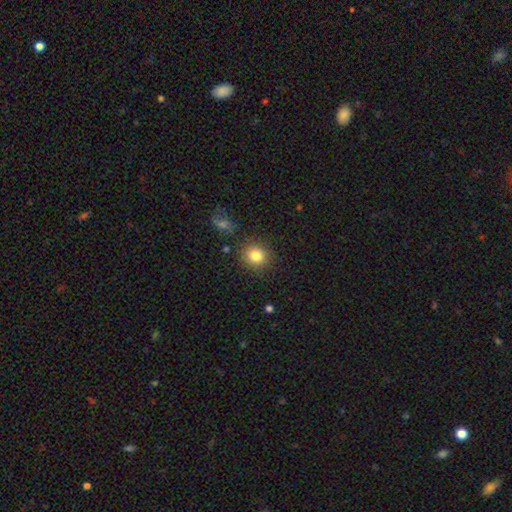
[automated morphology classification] smooth-or-featured: smooth: 82% | star or artifact: 11% | featured or disk: 7%
  how-rounded: round: 84% | in between: 15% | cigar-shaped: 1%
  merging: none: 85% | minor disturbance: 9% | merger: 3% | major disturbance: 3%